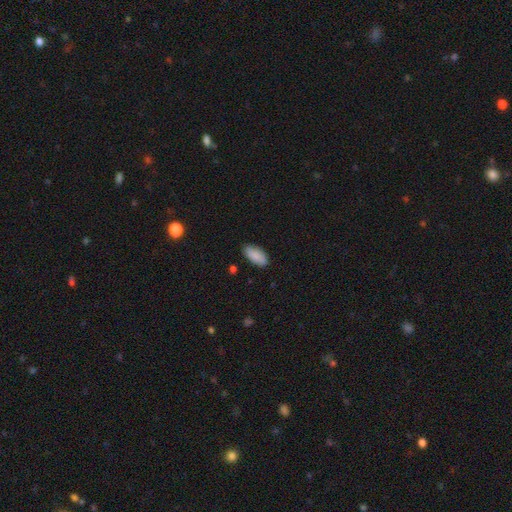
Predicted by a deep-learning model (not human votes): Q: Smooth or featured?
A: smooth (87%); runner-up: featured or disk (7%)
Q: How rounded?
A: in between (91%); runner-up: cigar-shaped (8%)
Q: Merging?
A: none (85%); runner-up: minor disturbance (11%)